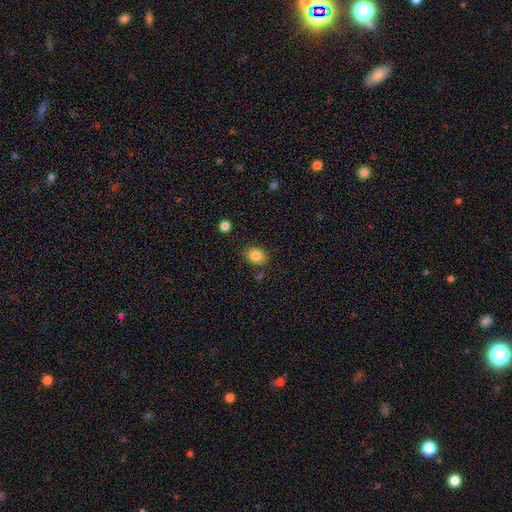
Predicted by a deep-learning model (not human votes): Q: Smooth or featured?
A: smooth (84%); runner-up: star or artifact (9%)
Q: How rounded?
A: in between (57%); runner-up: round (42%)
Q: Merging?
A: none (80%); runner-up: minor disturbance (13%)